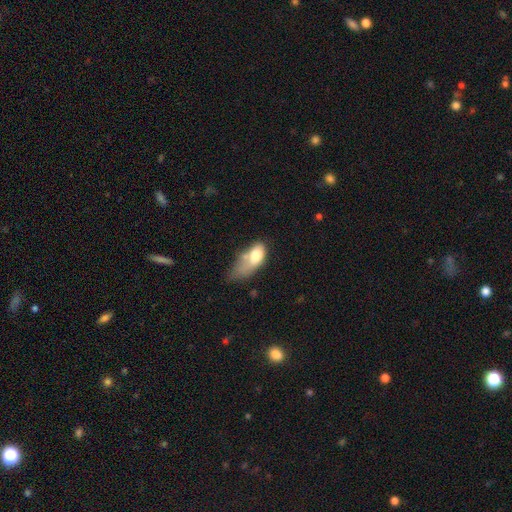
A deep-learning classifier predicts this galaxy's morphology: A smooth galaxy with no disk features (71%) that is in between round and cigar-shaped (86%). Merging: major disturbance (39%).